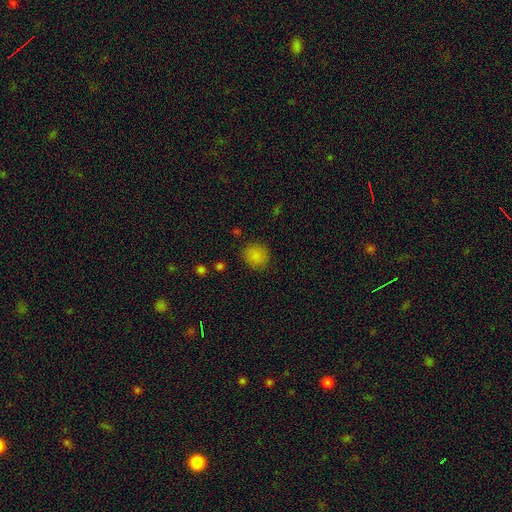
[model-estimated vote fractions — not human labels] This appears to be a smooth galaxy with no disk features (85%) that is round (86%). Merging: none (86%).